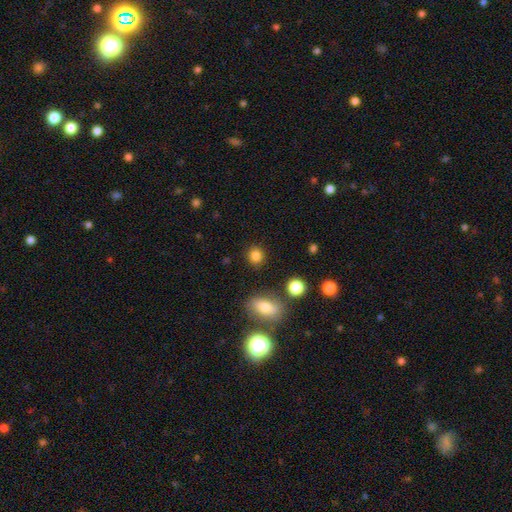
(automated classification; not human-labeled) Smooth or featured?
  - smooth: 83% *
  - star or artifact: 12%
  - featured or disk: 5%
How rounded?
  - round: 81% *
  - in between: 18%
  - cigar-shaped: 1%
Merging?
  - none: 87% *
  - minor disturbance: 8%
  - merger: 3%
  - major disturbance: 3%